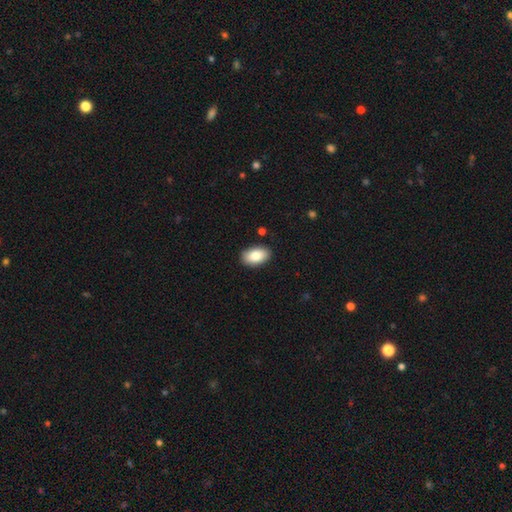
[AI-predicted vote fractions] Smooth or featured? smooth (84%)
How rounded? in between (93%)
Merging? none (88%)